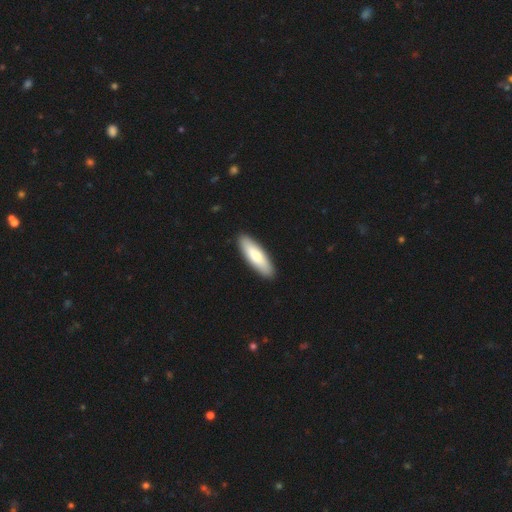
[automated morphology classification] A smooth galaxy with no disk features (76%) that is cigar-shaped (55%).

Vote fractions:
- Smooth or featured? smooth: 76% / featured or disk: 19% / star or artifact: 5%
- How rounded? cigar-shaped: 55% / in between: 43% / round: 2%
- Merging? none: 92% / minor disturbance: 6% / major disturbance: 1% / merger: 1%